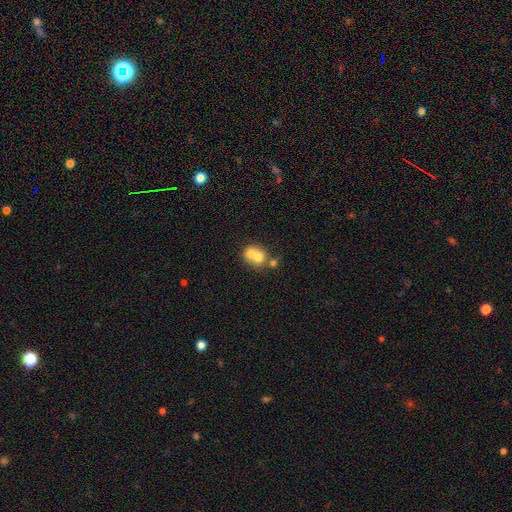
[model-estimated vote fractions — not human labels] Morphology: type=smooth (66%); roundness=round (72%); merging=merger (67%).